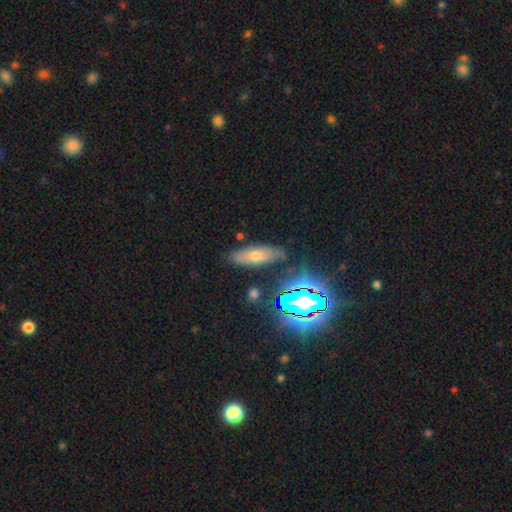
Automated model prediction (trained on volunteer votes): Smooth or featured: smooth — 53% (featured or disk — 28%)
How rounded: in between — 56% (cigar-shaped — 39%)
Merging: none — 81% (minor disturbance — 12%)